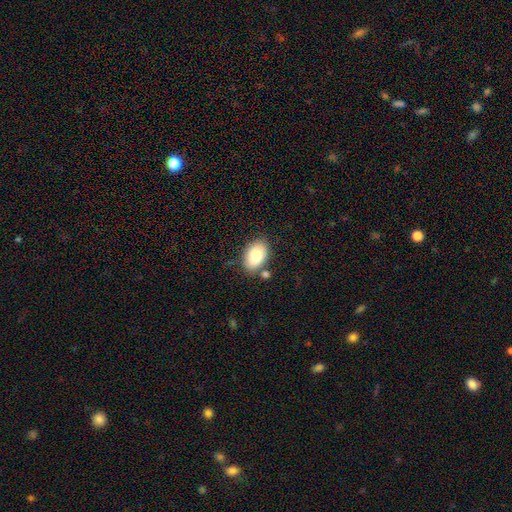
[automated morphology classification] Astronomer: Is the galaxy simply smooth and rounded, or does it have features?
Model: smooth — 83%.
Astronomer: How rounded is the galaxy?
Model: in between — 89%.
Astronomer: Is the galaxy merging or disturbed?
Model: none — 77%.